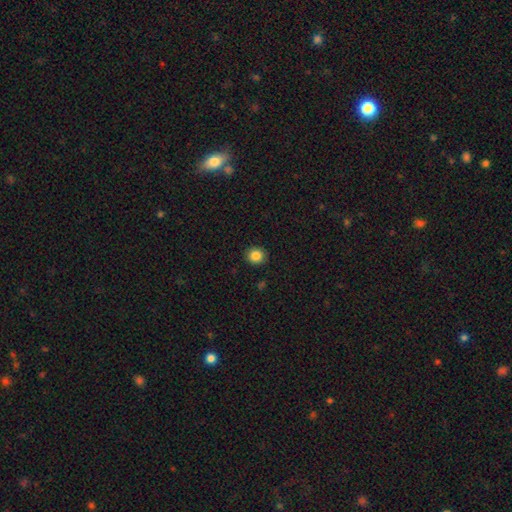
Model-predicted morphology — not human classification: smooth_or_featured: smooth (p=0.86) [alt: star or artifact p=0.10]
how_rounded: round (p=0.86) [alt: in between p=0.13]
merging: none (p=0.92) [alt: minor disturbance p=0.06]